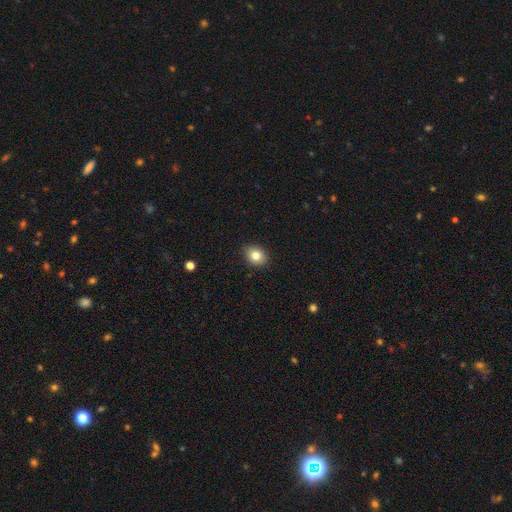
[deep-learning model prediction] The model was most divided on "how rounded": round: 50%, in between: 49%, cigar-shaped: 1%. More confident: merging — none (89%); smooth or featured — smooth (81%).